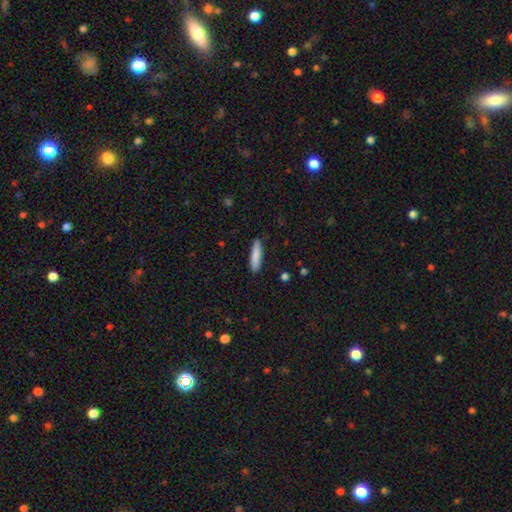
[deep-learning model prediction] Smooth or featured: smooth — 85% (featured or disk — 10%)
How rounded: cigar-shaped — 79% (in between — 19%)
Merging: none — 87% (minor disturbance — 10%)